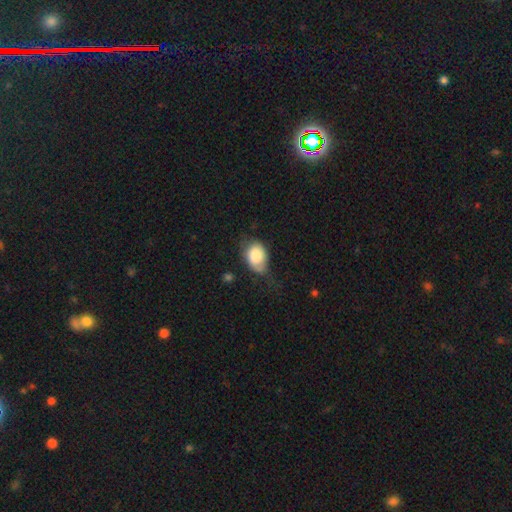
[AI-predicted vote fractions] The model was most divided on "merging": minor disturbance: 42%, none: 35%, major disturbance: 20%, merger: 3%. More confident: smooth or featured — smooth (80%); how rounded — in between (73%).